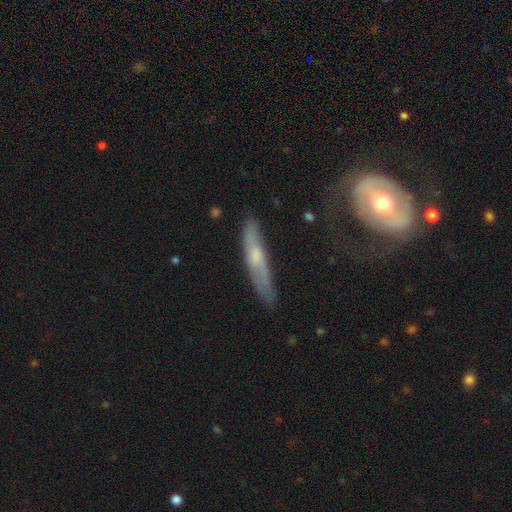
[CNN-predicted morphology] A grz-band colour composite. It shows a featured or disk galaxy (53%) viewed edge-on (71%). Merging: none (68%).